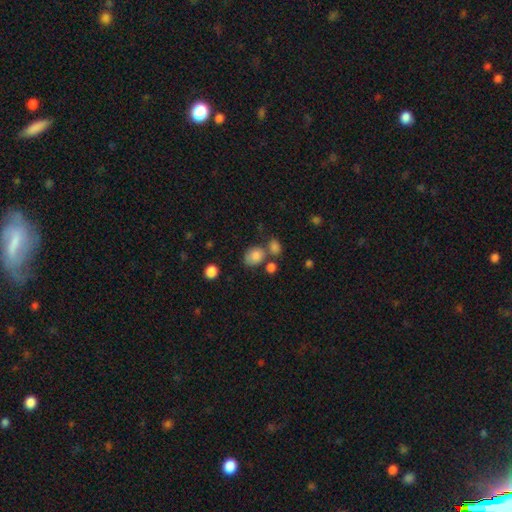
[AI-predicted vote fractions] Overall: smooth (82%). How rounded: in between (52%; round 47%). Merging: none (49%; merger 26%).